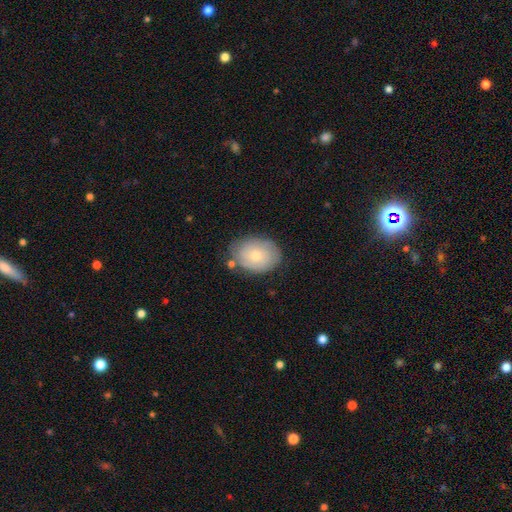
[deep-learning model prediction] This is likely a smooth galaxy (62%). How rounded: likely in between (68%). Merging: likely none (72%).